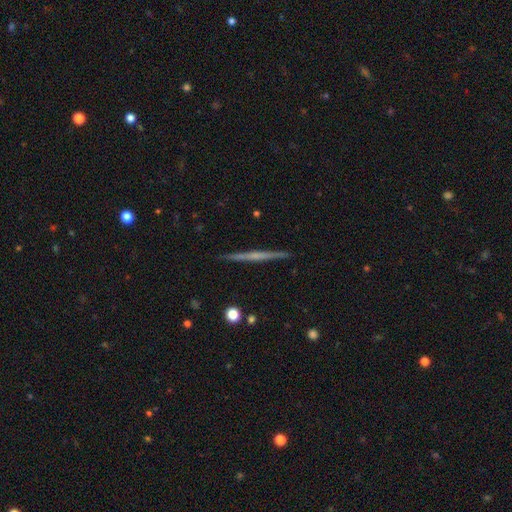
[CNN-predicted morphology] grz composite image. It shows a featured or disk galaxy (68%) viewed edge-on (98%) with no central bulge (64%). Merging: none (93%).